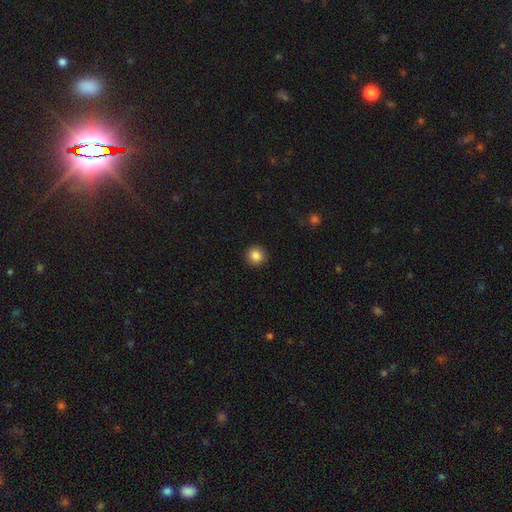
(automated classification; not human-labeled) This is clearly a smooth galaxy (86%). How rounded: clearly round (94%). Merging: clearly none (93%).